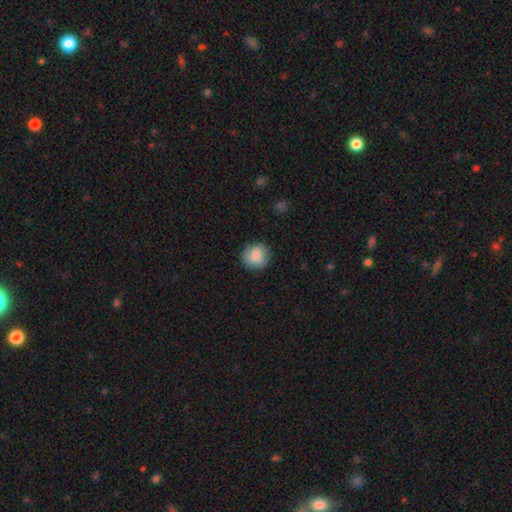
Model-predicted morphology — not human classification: The model was most divided on "merging": none: 85%, minor disturbance: 11%, major disturbance: 3%, merger: 1%. More confident: how rounded — round (89%); smooth or featured — smooth (85%).